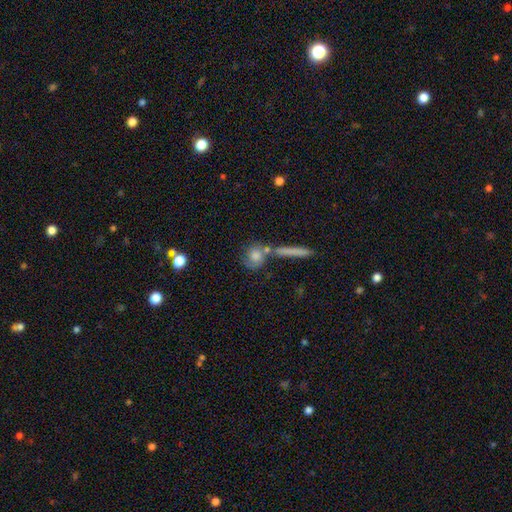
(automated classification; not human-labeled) This appears to be a smooth galaxy with no disk features (65%) that is round (68%). Merging: none (56%).